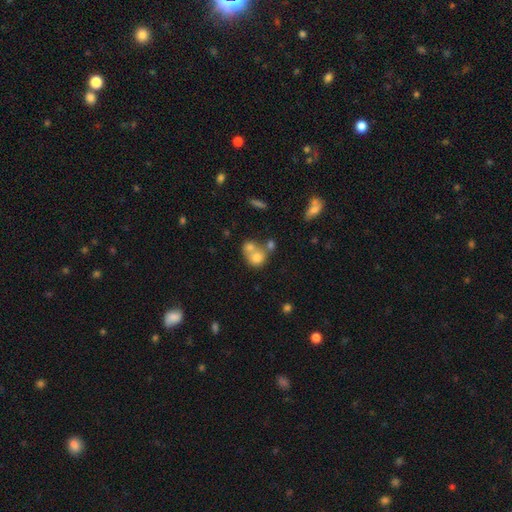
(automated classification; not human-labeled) A smooth galaxy with no disk features (72%) that is round (71%). Merging: merger (59%).